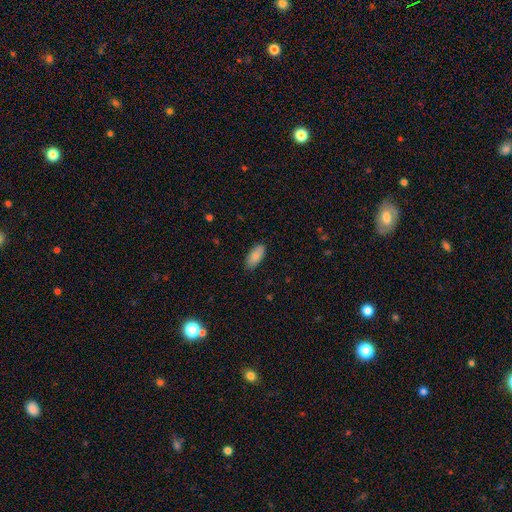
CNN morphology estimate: smooth-or-featured: smooth: 84% | featured or disk: 9% | star or artifact: 7%
  how-rounded: in between: 90% | cigar-shaped: 8% | round: 2%
  merging: none: 86% | minor disturbance: 10% | major disturbance: 2% | merger: 1%